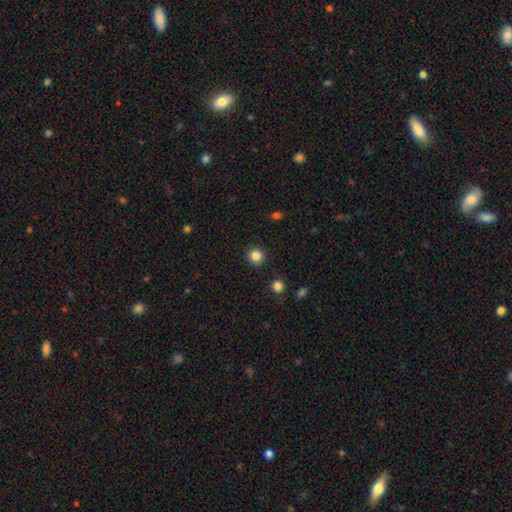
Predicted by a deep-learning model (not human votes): Smooth or featured?
  - smooth: 85% *
  - star or artifact: 12%
  - featured or disk: 4%
How rounded?
  - round: 94% *
  - in between: 5%
  - cigar-shaped: 1%
Merging?
  - none: 92% *
  - minor disturbance: 5%
  - major disturbance: 2%
  - merger: 1%